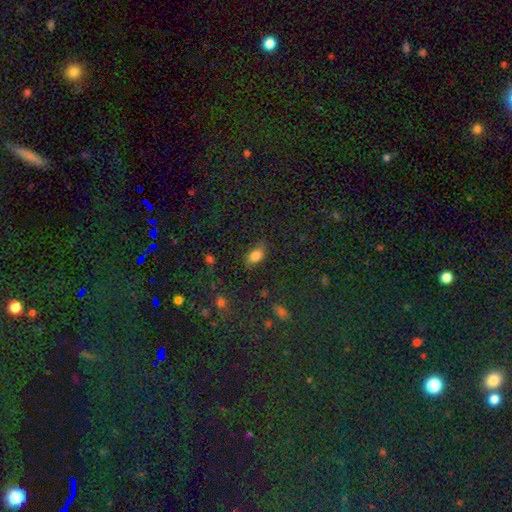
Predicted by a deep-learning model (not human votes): The model was most divided on "merging": none: 66%, minor disturbance: 25%, major disturbance: 7%, merger: 2%. More confident: how rounded — in between (84%); smooth or featured — smooth (80%).